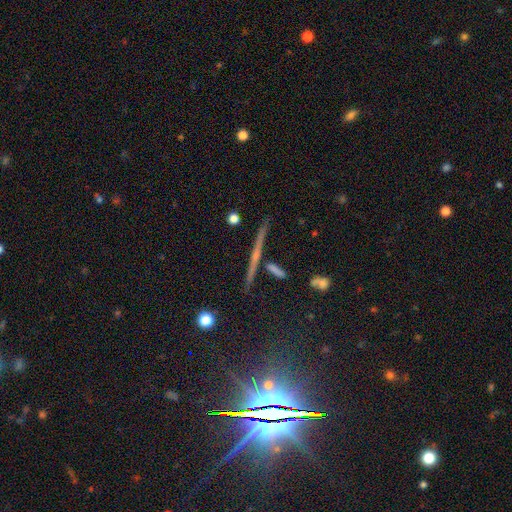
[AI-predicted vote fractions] Smooth or featured: featured or disk — 67% (smooth — 17%)
Edge-on disk: yes — 97% (no — 3%)
Edge-on bulge: none — 50% (rounded — 40%)
Merging: none — 87% (minor disturbance — 7%)